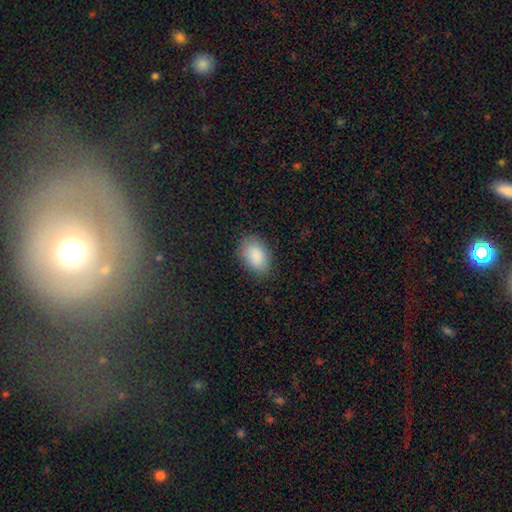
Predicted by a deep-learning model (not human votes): Overall: smooth (89%). How rounded: in between (87%). Merging: none (83%).